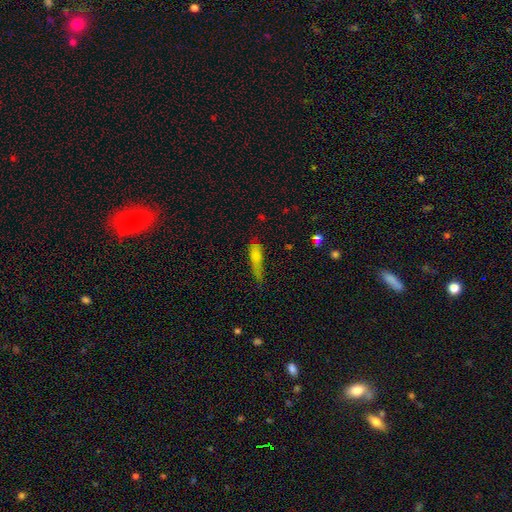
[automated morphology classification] Smooth or featured? smooth (64%)
How rounded? cigar-shaped (69%)
Merging? none (42%)